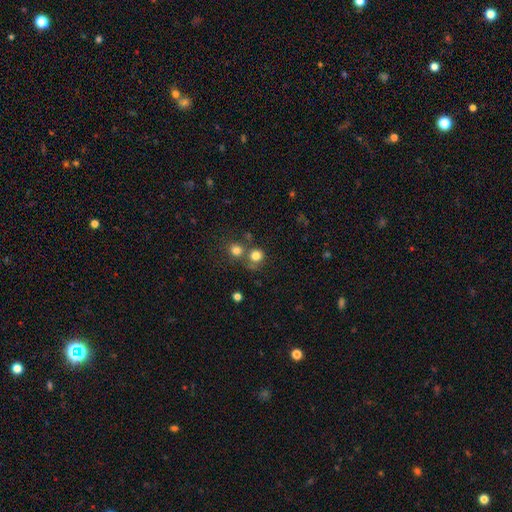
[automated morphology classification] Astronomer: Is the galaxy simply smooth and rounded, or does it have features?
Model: smooth — 79%.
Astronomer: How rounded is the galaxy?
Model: round — 88%.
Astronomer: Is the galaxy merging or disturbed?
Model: none — 58%.